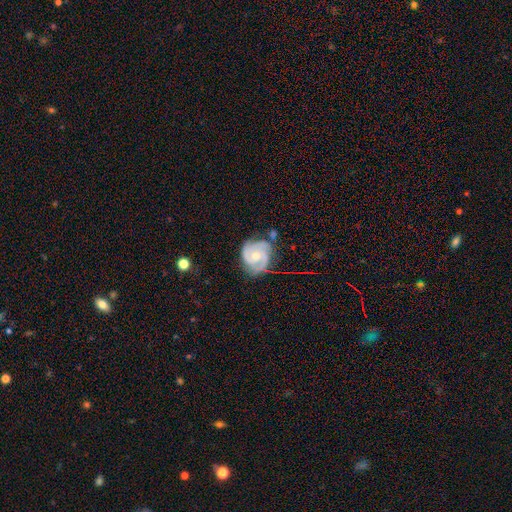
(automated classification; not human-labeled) This appears to be a featured or disk galaxy (87%) with no bar (65%), 2 (44%) tight (54%) spiral arms (97%) and a small central bulge (51%). Merging: none (64%).